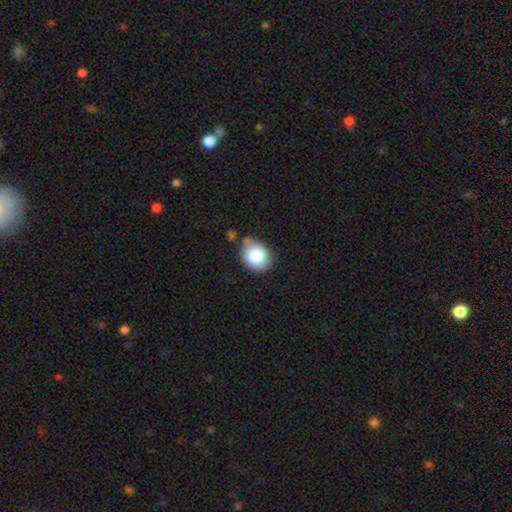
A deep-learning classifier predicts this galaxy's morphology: Smooth or featured?
  - smooth: 84% *
  - featured or disk: 8%
  - star or artifact: 8%
How rounded?
  - round: 51% *
  - in between: 48%
  - cigar-shaped: 1%
Merging?
  - none: 65% *
  - minor disturbance: 23%
  - merger: 7%
  - major disturbance: 5%